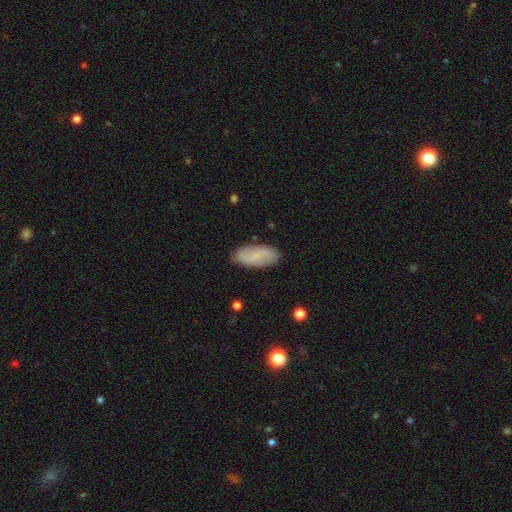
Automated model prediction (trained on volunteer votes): Q: Smooth or featured?
A: smooth (64%); runner-up: featured or disk (29%)
Q: How rounded?
A: in between (85%); runner-up: cigar-shaped (12%)
Q: Merging?
A: none (86%); runner-up: minor disturbance (11%)